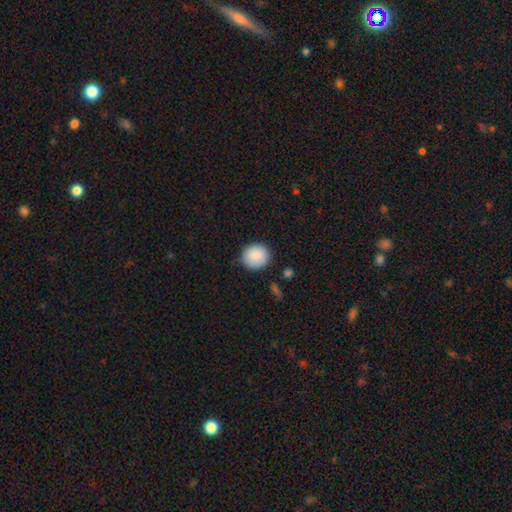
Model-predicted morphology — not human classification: Overall: smooth (88%). How rounded: round (87%). Merging: none (86%).